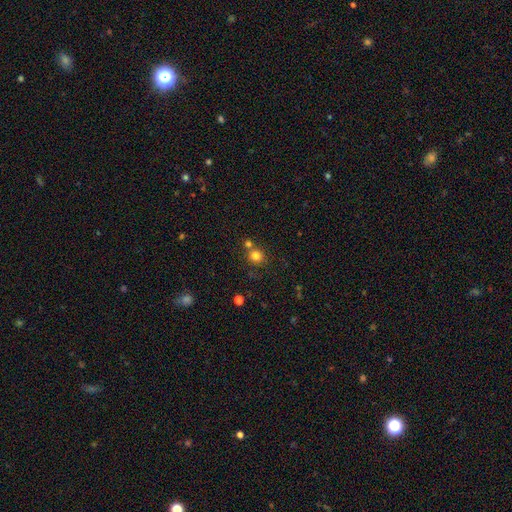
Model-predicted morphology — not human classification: Smooth or featured: smooth — 80% (star or artifact — 14%)
How rounded: round — 89% (in between — 10%)
Merging: none — 68% (merger — 21%)